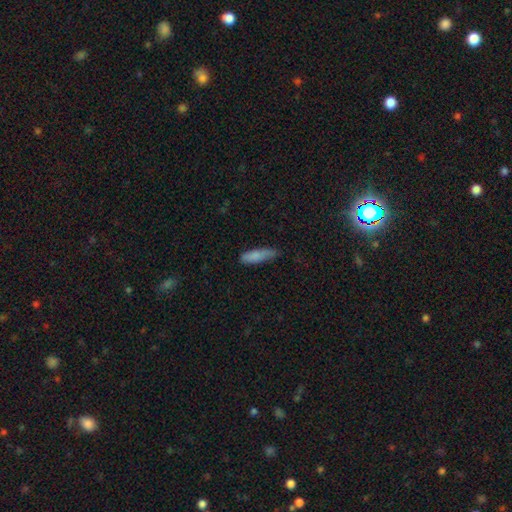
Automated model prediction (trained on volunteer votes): This appears to be a smooth galaxy with no disk features (82%) that is cigar-shaped (56%). Merging: none (61%).